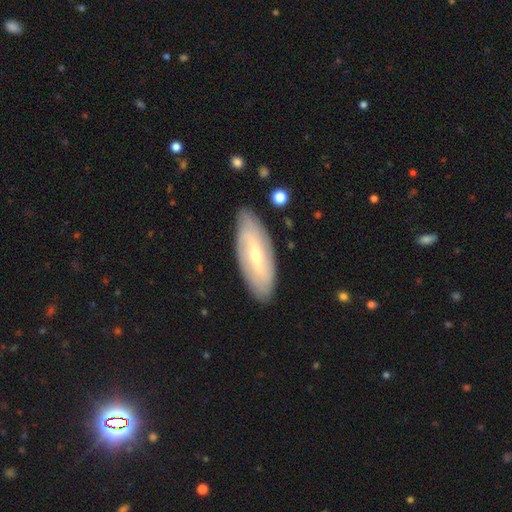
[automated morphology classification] smooth_or_featured: featured or disk (p=0.70) [alt: smooth p=0.25]
disk_edge_on: no (p=0.83) [alt: yes p=0.17]
bar: weak (p=0.43) [alt: strong p=0.35]
has_spiral_arms: yes (p=0.72) [alt: no p=0.28]
bulge_size: small (p=0.61) [alt: moderate p=0.36]
merging: none (p=0.85) [alt: minor disturbance p=0.11]